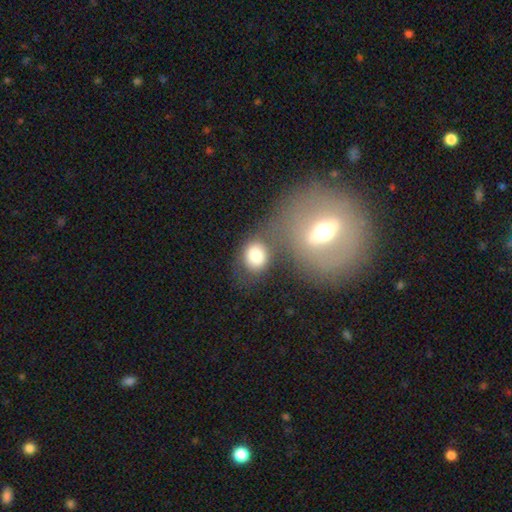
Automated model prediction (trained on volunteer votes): smooth 81%, featured or disk 10%, star or artifact 9%. Down the decision tree: how rounded — round (53%); merging — none (56%).